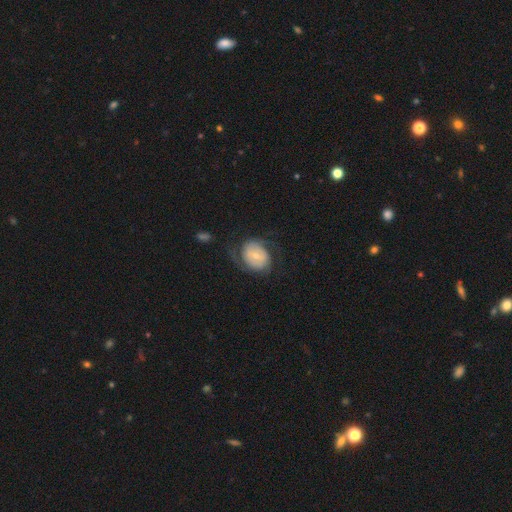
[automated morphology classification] Smooth or featured? featured or disk (59%)
Edge-on disk? no (97%)
Bar? no (53%)
Spiral arms? yes (76%)
Bulge size? small (58%)
Merging? none (58%)